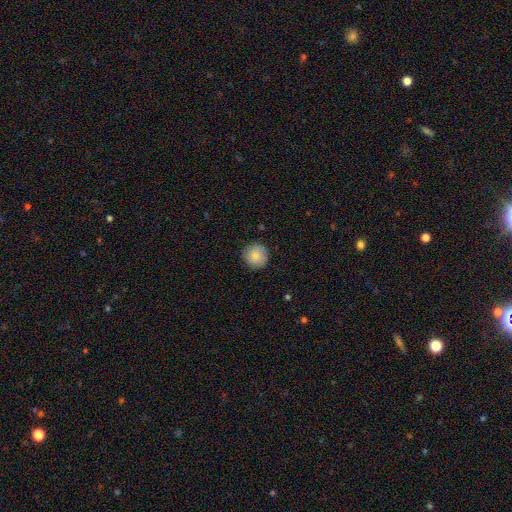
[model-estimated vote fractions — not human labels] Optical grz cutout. It shows a smooth galaxy with no disk features (84%) that is round (95%). Merging: none (89%).